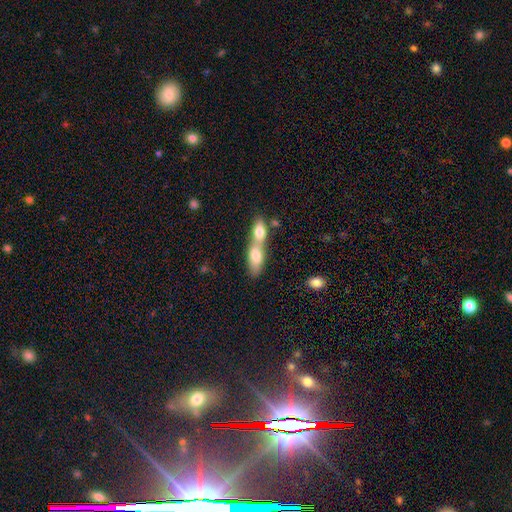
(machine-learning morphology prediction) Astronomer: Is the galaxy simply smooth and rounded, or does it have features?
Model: smooth — 74%.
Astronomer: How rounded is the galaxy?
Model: in between — 73%.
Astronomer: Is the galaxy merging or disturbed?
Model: merger — 74%.